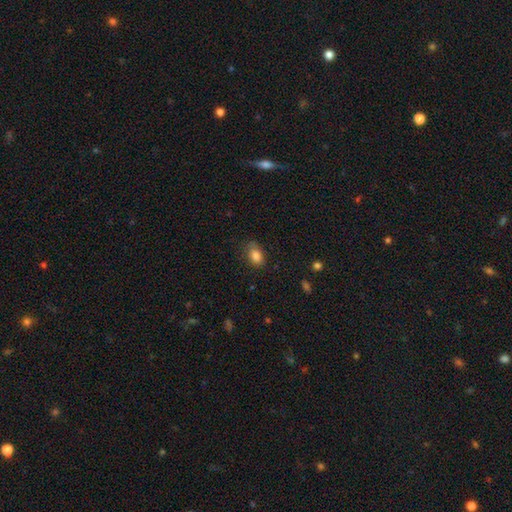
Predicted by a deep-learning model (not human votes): Morphology: type=smooth (84%); roundness=in between (82%); merging=none (69%).